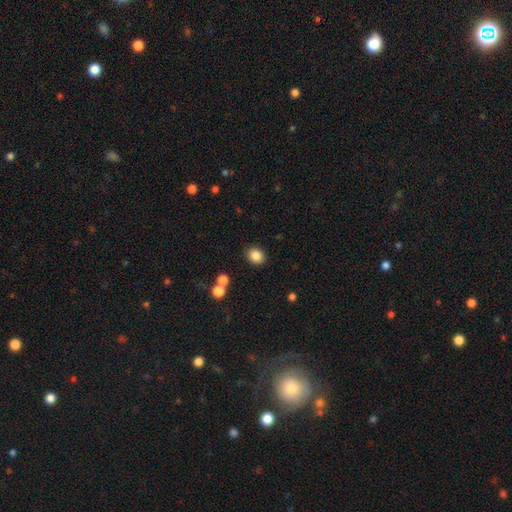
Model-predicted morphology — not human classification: The model was most divided on "how rounded": round: 66%, in between: 33%, cigar-shaped: 1%. More confident: merging — none (87%); smooth or featured — smooth (85%).